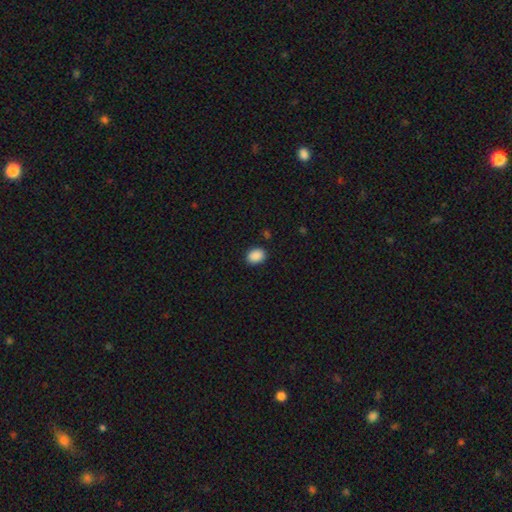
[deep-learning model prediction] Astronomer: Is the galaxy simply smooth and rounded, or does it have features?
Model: smooth — 89%.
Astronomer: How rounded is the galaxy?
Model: in between — 65%.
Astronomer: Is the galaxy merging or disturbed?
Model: none — 88%.